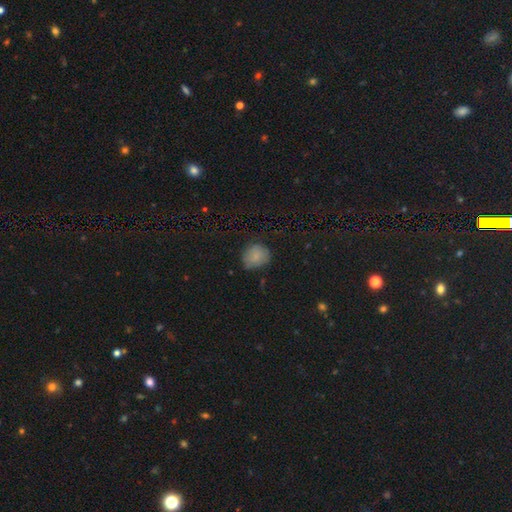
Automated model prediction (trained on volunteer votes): Smooth or featured: smooth — 79% (star or artifact — 11%)
How rounded: round — 72% (in between — 27%)
Merging: none — 68% (minor disturbance — 24%)